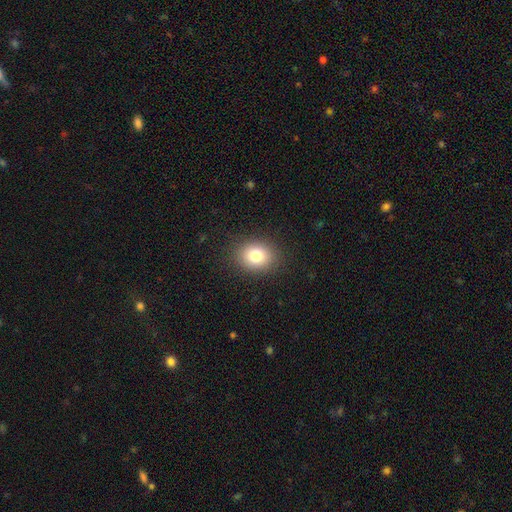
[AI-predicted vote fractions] Smooth or featured? smooth (80%)
How rounded? round (57%)
Merging? none (88%)